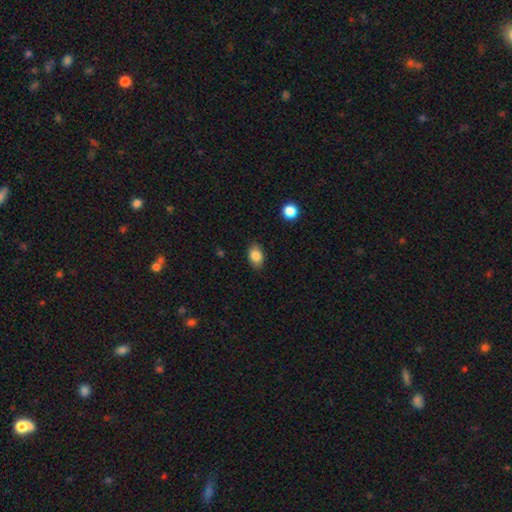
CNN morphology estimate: smooth_or_featured: smooth (p=0.85) [alt: star or artifact p=0.09]
how_rounded: in between (p=0.84) [alt: round p=0.14]
merging: none (p=0.84) [alt: minor disturbance p=0.12]